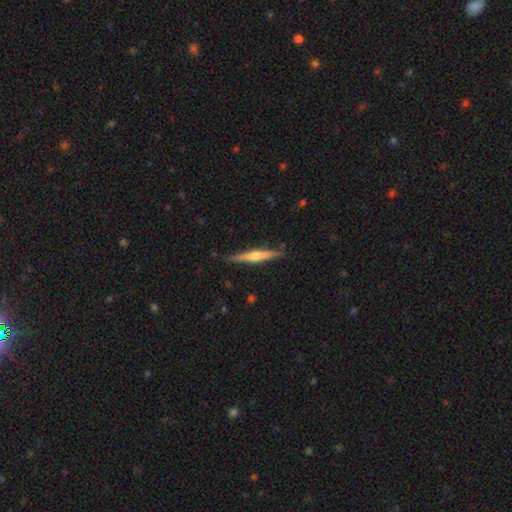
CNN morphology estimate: featured or disk 69%, smooth 26%, star or artifact 5%. Down the decision tree: edge-on disk — yes (98%); edge-on bulge — rounded (90%); merging — none (88%).